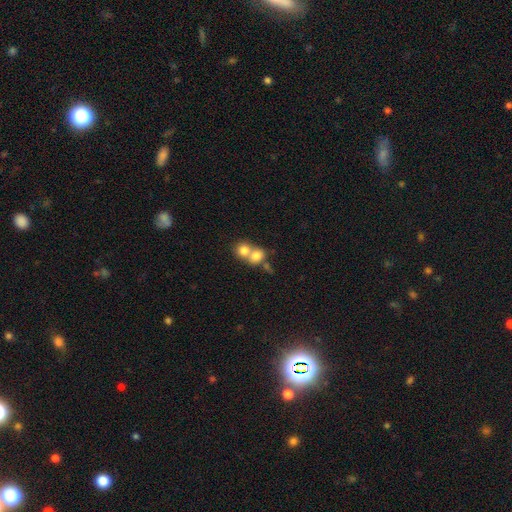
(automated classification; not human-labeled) smooth 76%, featured or disk 15%, star or artifact 10%. Down the decision tree: how rounded — round (68%); merging — merger (68%).